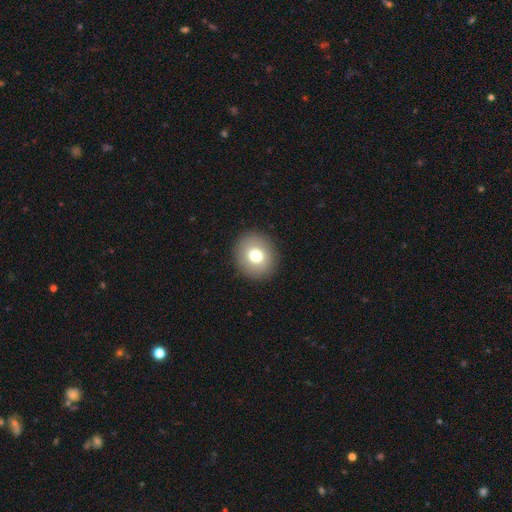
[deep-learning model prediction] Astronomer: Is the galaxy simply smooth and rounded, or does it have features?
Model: smooth — 75%.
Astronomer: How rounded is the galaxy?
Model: round — 83%.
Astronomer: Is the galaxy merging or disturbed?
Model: none — 91%.